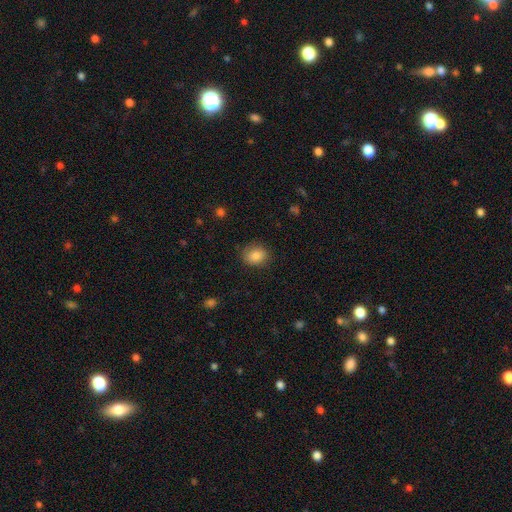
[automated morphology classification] type=smooth (85%); roundness=round (58%); merging=none (81%).